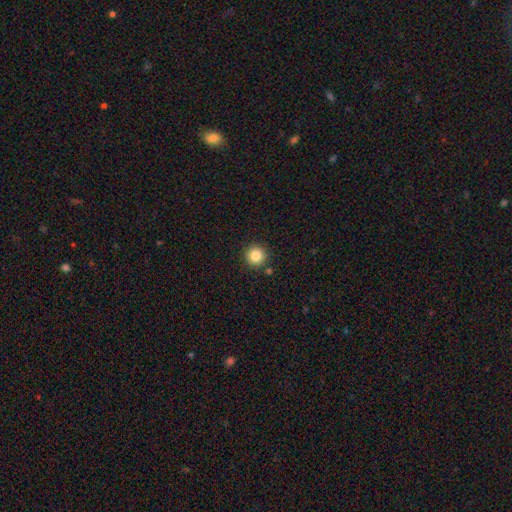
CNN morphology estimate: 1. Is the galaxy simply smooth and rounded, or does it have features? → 84% smooth, 10% star or artifact, 5% featured or disk.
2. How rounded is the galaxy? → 95% round, 4% in between, 1% cigar-shaped.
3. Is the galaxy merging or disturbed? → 89% none, 6% minor disturbance, 3% merger, 2% major disturbance.